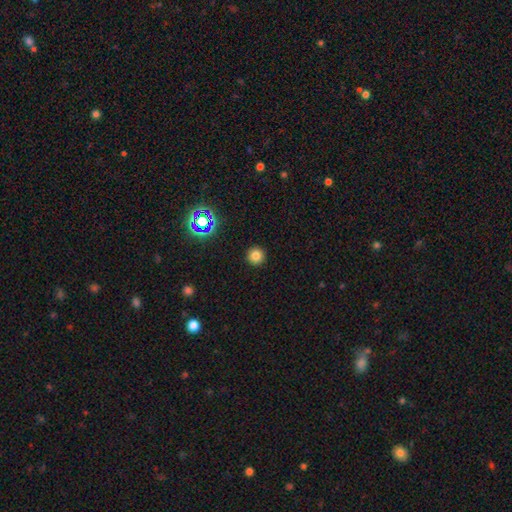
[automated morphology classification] This appears to be a smooth galaxy with no disk features (79%) that is round (96%). Merging: none (93%).